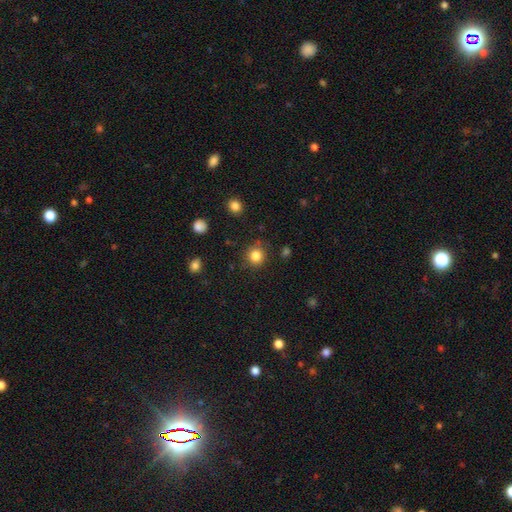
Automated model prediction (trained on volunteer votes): A smooth galaxy with no disk features (84%) that is round (90%).

Vote fractions:
- Smooth or featured? smooth: 84% / star or artifact: 11% / featured or disk: 5%
- How rounded? round: 90% / in between: 9% / cigar-shaped: 1%
- Merging? none: 85% / minor disturbance: 9% / major disturbance: 3% / merger: 2%